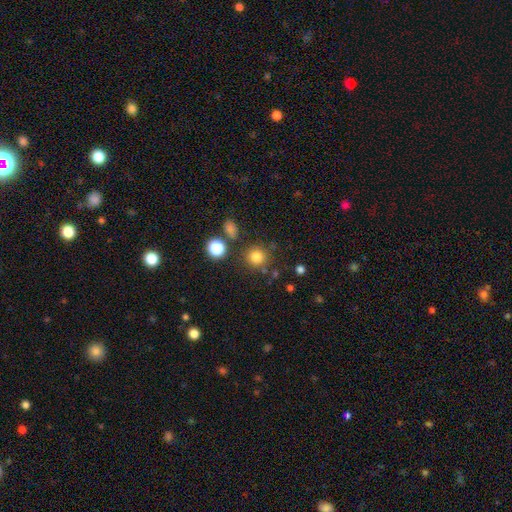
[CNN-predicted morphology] Smooth or featured? smooth (79%)
How rounded? round (92%)
Merging? none (81%)